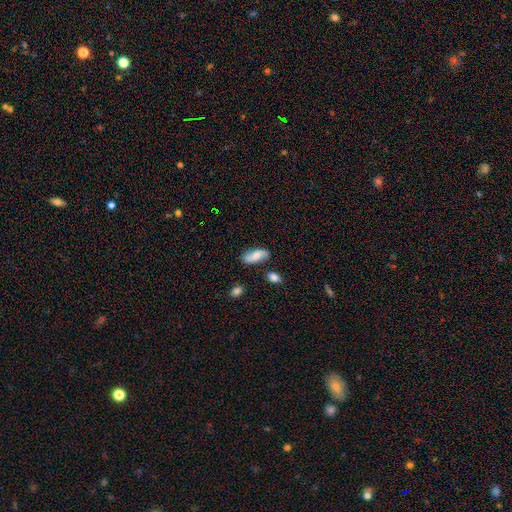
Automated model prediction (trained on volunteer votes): smooth-or-featured: smooth: 64% | featured or disk: 29% | star or artifact: 7%
  how-rounded: in between: 79% | cigar-shaped: 17% | round: 3%
  merging: none: 76% | minor disturbance: 16% | merger: 5% | major disturbance: 4%